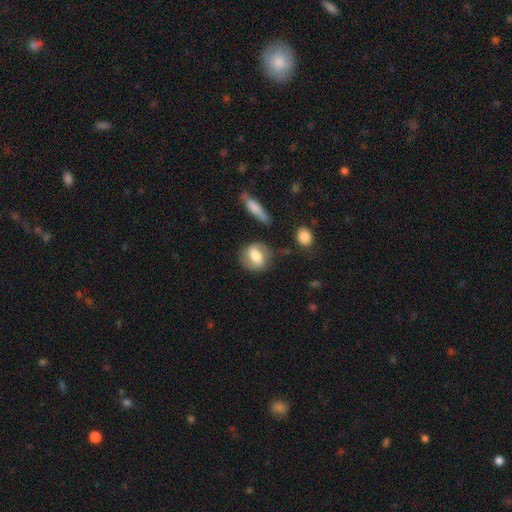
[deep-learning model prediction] Smooth or featured? smooth (52%)
How rounded? round (53%)
Merging? none (72%)